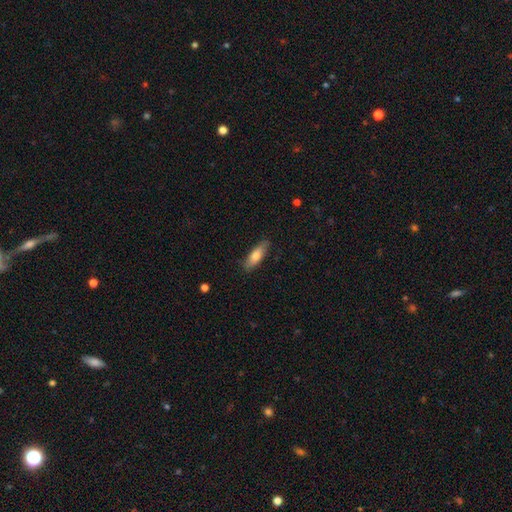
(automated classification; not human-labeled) Overall: smooth (73%). How rounded: in between (57%; cigar-shaped 41%). Merging: none (81%).